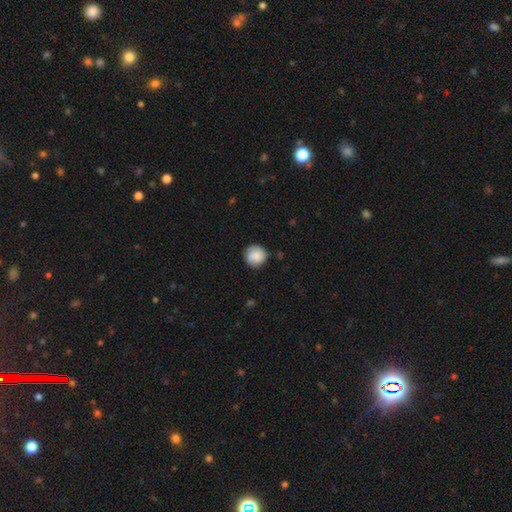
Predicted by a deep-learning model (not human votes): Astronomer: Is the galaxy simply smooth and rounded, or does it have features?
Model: smooth — 83%.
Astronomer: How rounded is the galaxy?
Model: round — 93%.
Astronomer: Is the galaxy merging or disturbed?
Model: none — 85%.